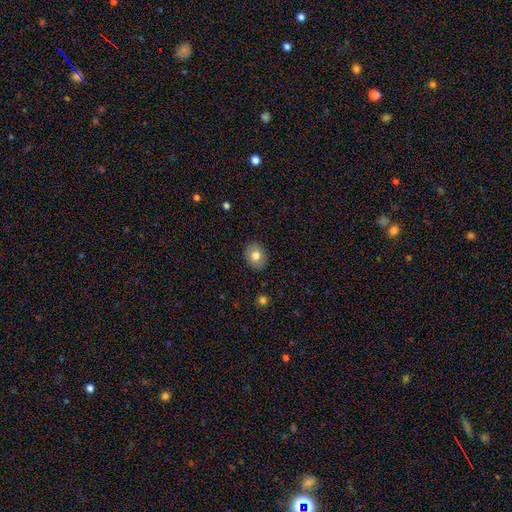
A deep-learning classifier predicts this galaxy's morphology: This is likely a smooth galaxy (79%). How rounded: possibly round (53%). Merging: clearly none (88%).